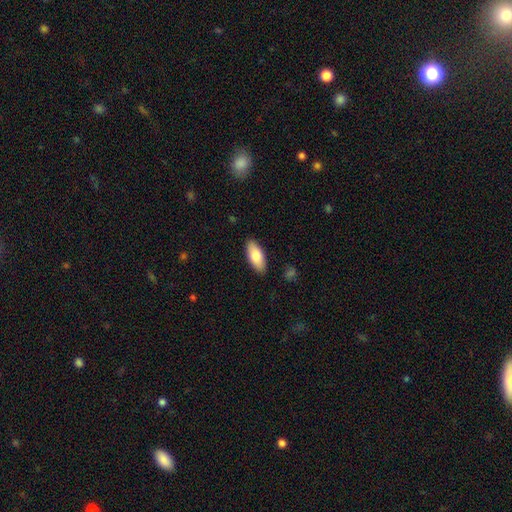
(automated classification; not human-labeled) smooth-or-featured: smooth: 81% | featured or disk: 13% | star or artifact: 6%
  how-rounded: in between: 85% | cigar-shaped: 13% | round: 2%
  merging: none: 88% | minor disturbance: 9% | major disturbance: 2% | merger: 1%